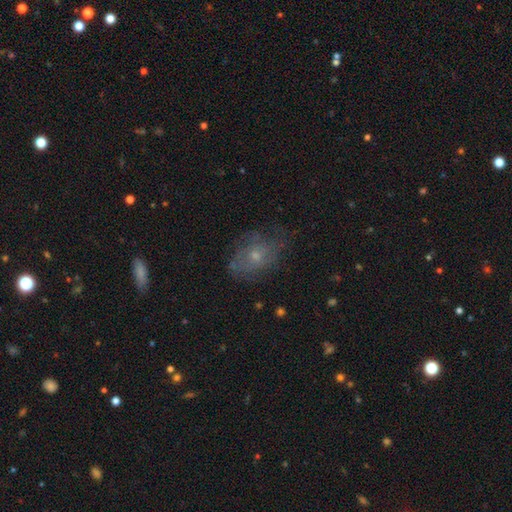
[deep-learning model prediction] smooth-or-featured: smooth: 48% | featured or disk: 40% | star or artifact: 12%
  merging: none: 56% | minor disturbance: 26% | major disturbance: 16% | merger: 2%